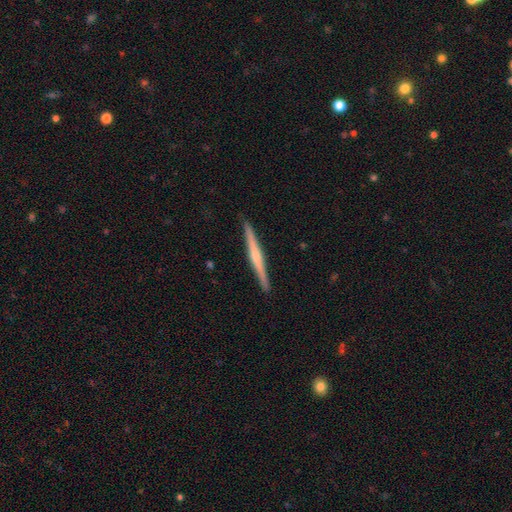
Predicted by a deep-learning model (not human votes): featured or disk 67%, smooth 28%, star or artifact 5%. Down the decision tree: edge-on disk — yes (98%); edge-on bulge — rounded (59%); merging — none (92%).